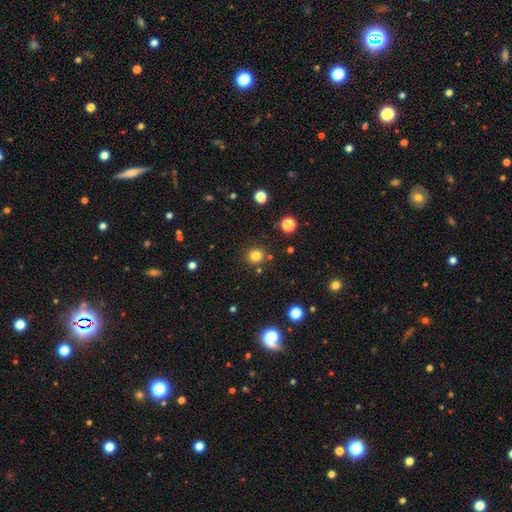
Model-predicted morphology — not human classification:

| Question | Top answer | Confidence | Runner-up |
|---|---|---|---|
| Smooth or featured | smooth | 80% | star or artifact (14%) |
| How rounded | round | 89% | in between (10%) |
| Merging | none | 86% | minor disturbance (7%) |